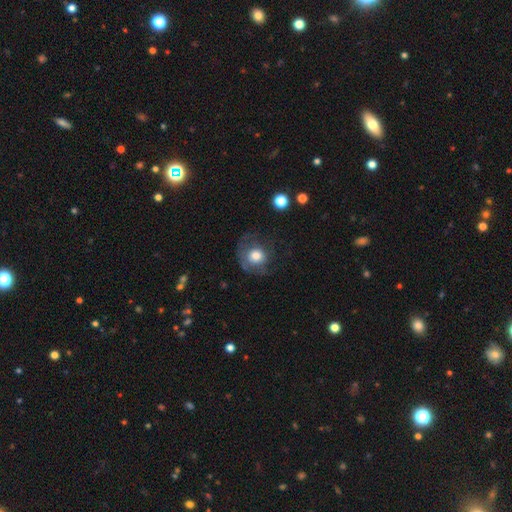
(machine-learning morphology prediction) This is likely a smooth galaxy (64%). How rounded: clearly round (83%). Merging: possibly none (47%).